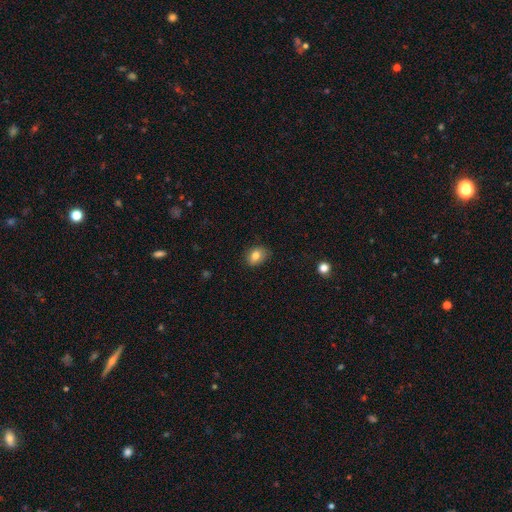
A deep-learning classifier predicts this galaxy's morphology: Smooth or featured: smooth — 80% (featured or disk — 10%)
How rounded: in between — 68% (round — 30%)
Merging: none — 83% (minor disturbance — 14%)